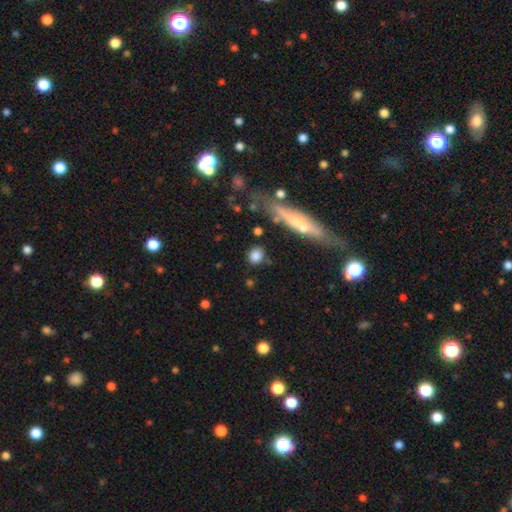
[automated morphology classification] Overall: smooth (80%). How rounded: round (68%). Merging: none (76%).